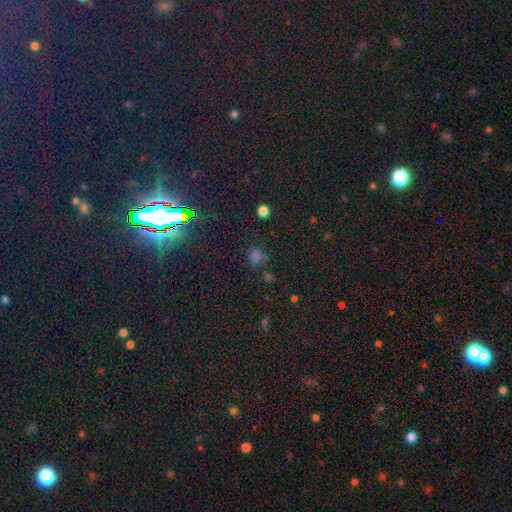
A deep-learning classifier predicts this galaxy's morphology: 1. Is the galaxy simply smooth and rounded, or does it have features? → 50% star or artifact, 42% smooth, 9% featured or disk.